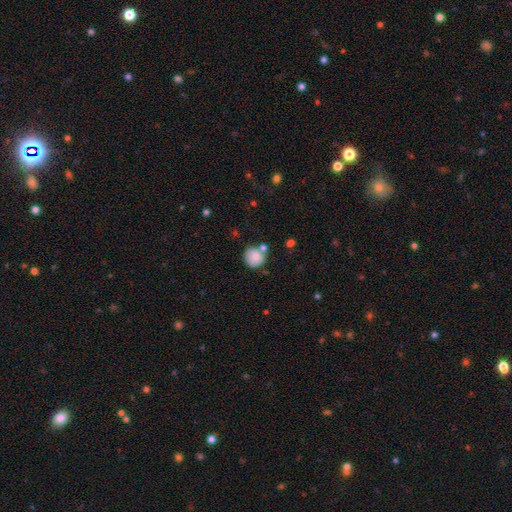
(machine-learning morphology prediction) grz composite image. It shows a smooth galaxy with no disk features (80%) that is round (90%). Merging: none (65%).